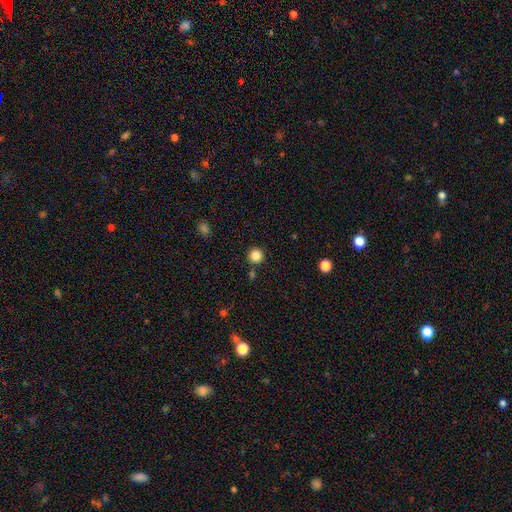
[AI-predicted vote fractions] This appears to be a smooth galaxy with no disk features (84%) that is round (95%). Merging: none (87%).